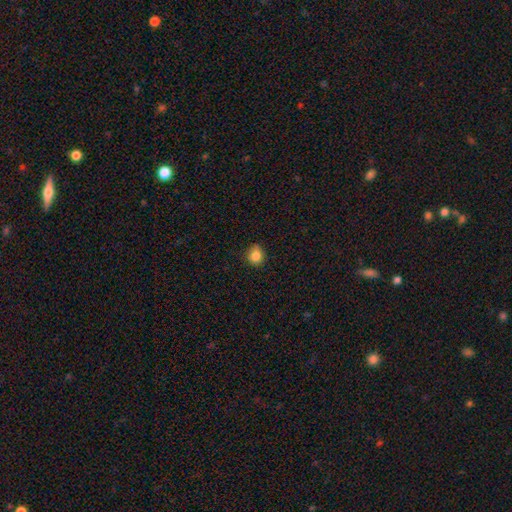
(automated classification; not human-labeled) The model was most divided on "how rounded": round: 74%, in between: 25%, cigar-shaped: 1%. More confident: smooth or featured — smooth (84%); merging — none (81%).